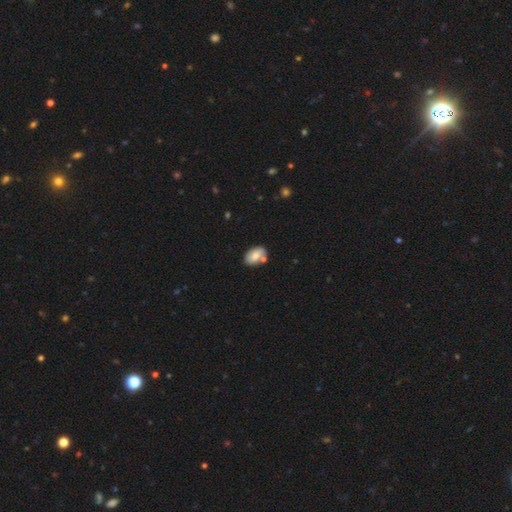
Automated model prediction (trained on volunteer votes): A smooth galaxy with no disk features (73%) that is in between round and cigar-shaped (90%). Merging: none (65%).